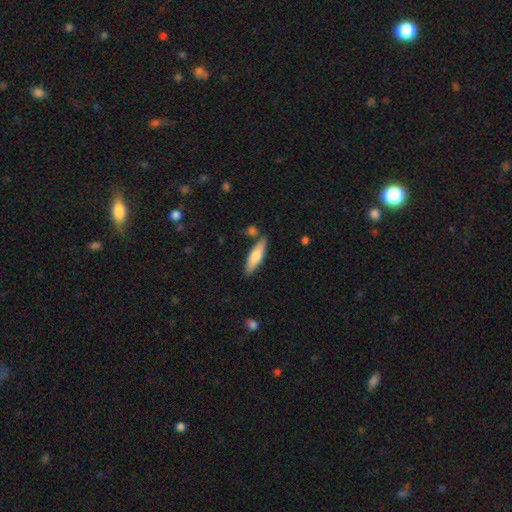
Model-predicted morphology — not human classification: This is likely a smooth galaxy (66%). How rounded: likely cigar-shaped (61%). Merging: likely none (79%).